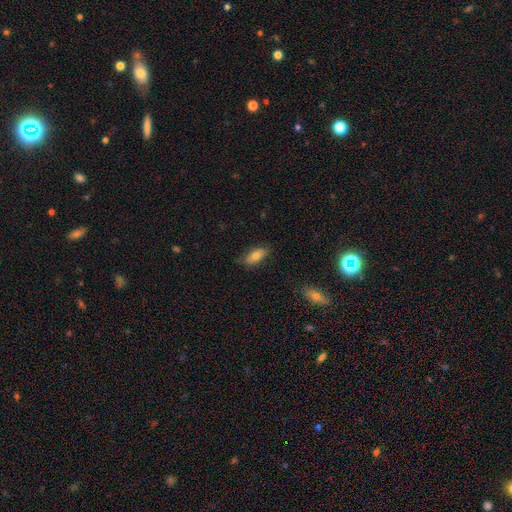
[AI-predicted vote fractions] Smooth or featured? Predicted: smooth (p=0.76). How rounded? Predicted: in between (p=0.87). Merging? Predicted: none (p=0.80).